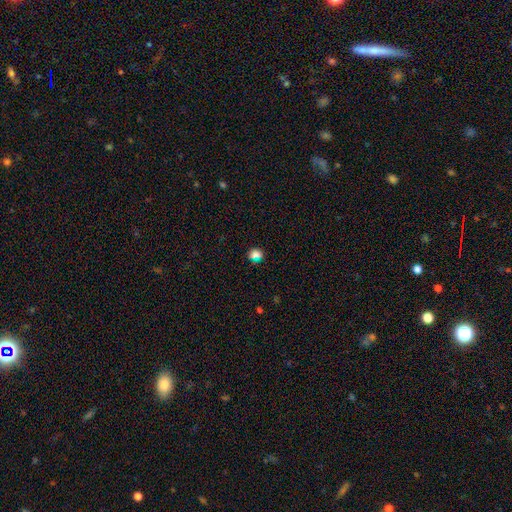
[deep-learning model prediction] smooth-or-featured: smooth: 76% | star or artifact: 19% | featured or disk: 5%
  how-rounded: round: 63% | in between: 35% | cigar-shaped: 2%
  merging: none: 82% | minor disturbance: 11% | merger: 4% | major disturbance: 3%